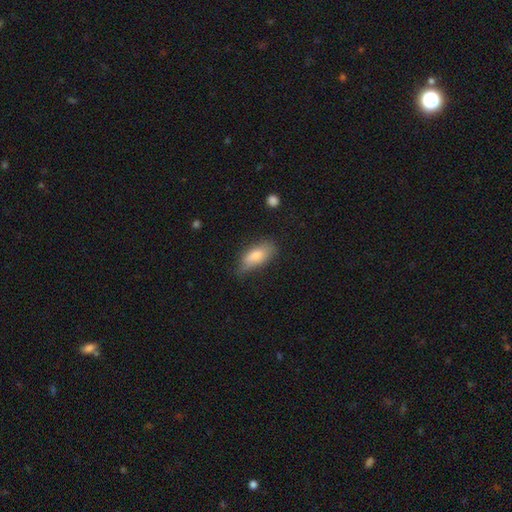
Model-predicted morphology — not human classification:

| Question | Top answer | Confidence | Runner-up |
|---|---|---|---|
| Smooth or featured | smooth | 77% | featured or disk (16%) |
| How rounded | in between | 80% | cigar-shaped (17%) |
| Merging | none | 61% | minor disturbance (30%) |